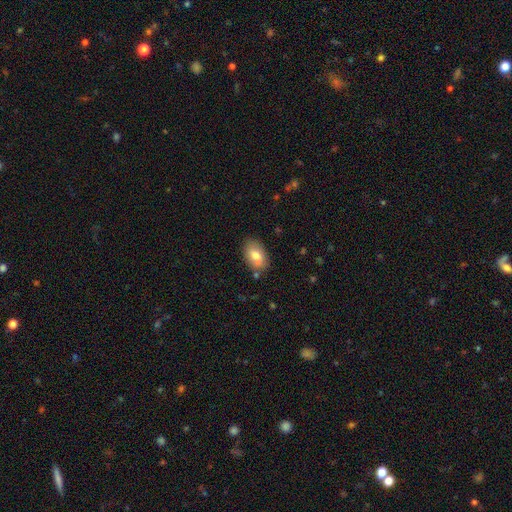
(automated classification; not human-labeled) A smooth galaxy with no disk features (76%) that is in between round and cigar-shaped (90%).

Vote fractions:
- Smooth or featured? smooth: 76% / featured or disk: 17% / star or artifact: 8%
- How rounded? in between: 90% / round: 9% / cigar-shaped: 1%
- Merging? none: 77% / minor disturbance: 14% / merger: 6% / major disturbance: 3%